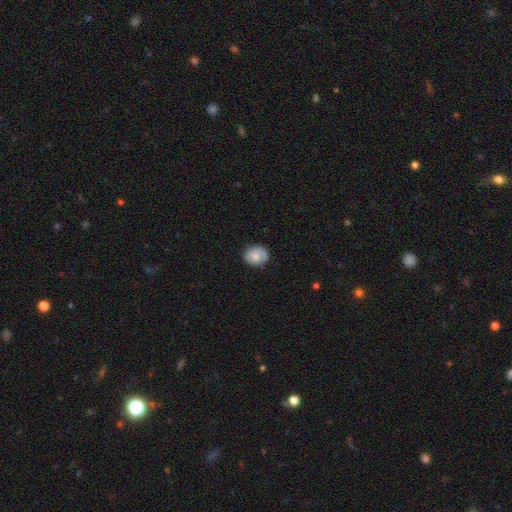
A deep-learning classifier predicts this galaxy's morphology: Smooth or featured: smooth — 74% (featured or disk — 19%)
How rounded: round — 60% (in between — 39%)
Merging: none — 78% (minor disturbance — 17%)